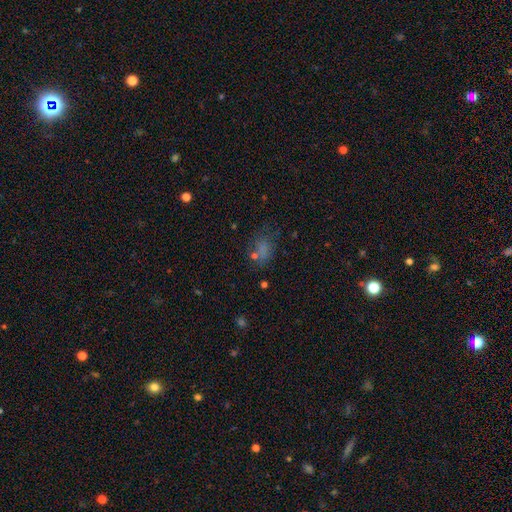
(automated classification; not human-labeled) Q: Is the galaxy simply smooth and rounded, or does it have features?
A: smooth — 60%.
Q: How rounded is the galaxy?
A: in between — 73%.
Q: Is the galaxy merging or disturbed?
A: none — 53%.